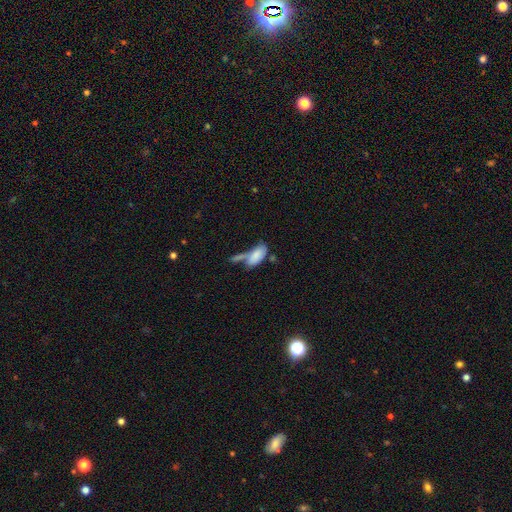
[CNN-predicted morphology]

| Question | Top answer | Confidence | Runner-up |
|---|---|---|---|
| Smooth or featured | smooth | 77% | featured or disk (16%) |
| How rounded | in between | 89% | cigar-shaped (9%) |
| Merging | merger | 42% | none (30%) |